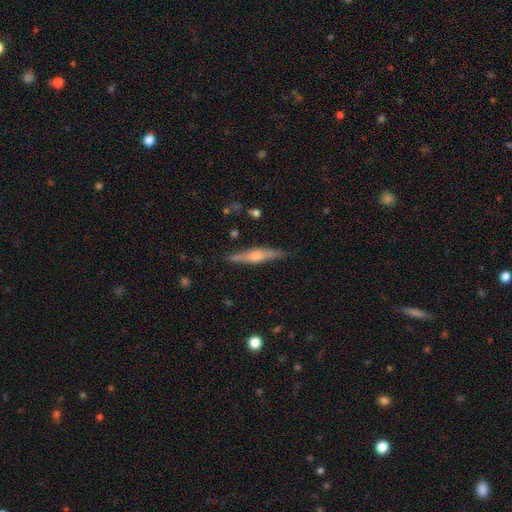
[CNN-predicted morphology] Q: Smooth or featured?
A: featured or disk (68%); runner-up: smooth (26%)
Q: Edge-on disk?
A: yes (96%); runner-up: no (4%)
Q: Edge-on bulge?
A: rounded (88%); runner-up: none (6%)
Q: Merging?
A: none (87%); runner-up: minor disturbance (9%)